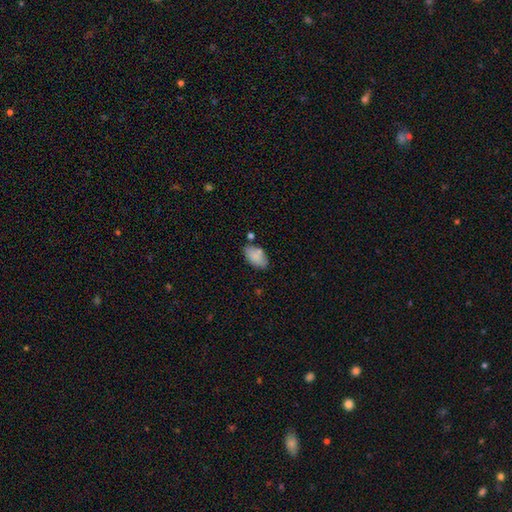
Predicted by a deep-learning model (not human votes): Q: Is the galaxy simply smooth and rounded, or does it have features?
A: smooth — 84%.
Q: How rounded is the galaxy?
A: in between — 94%.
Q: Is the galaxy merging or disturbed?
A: none — 69%.